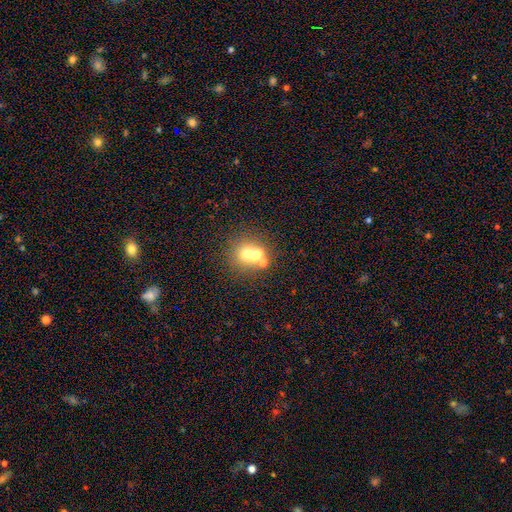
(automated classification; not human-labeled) Q: Smooth or featured?
A: smooth (59%); runner-up: star or artifact (24%)
Q: How rounded?
A: round (86%); runner-up: in between (13%)
Q: Merging?
A: none (53%); runner-up: merger (36%)